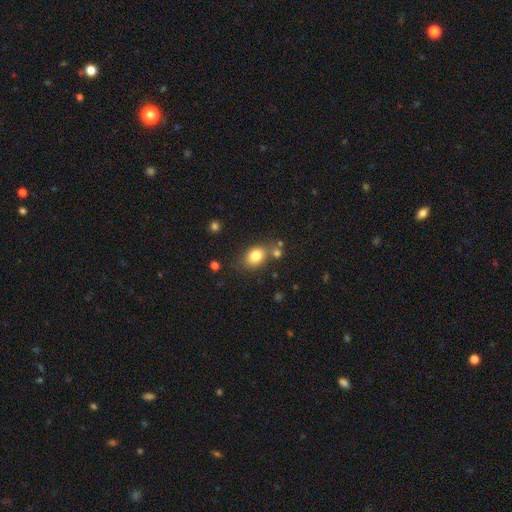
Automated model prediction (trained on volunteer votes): Smooth or featured?
  - smooth: 80% *
  - star or artifact: 10%
  - featured or disk: 10%
How rounded?
  - in between: 67% *
  - round: 31%
  - cigar-shaped: 1%
Merging?
  - none: 67% *
  - minor disturbance: 15%
  - merger: 14%
  - major disturbance: 5%